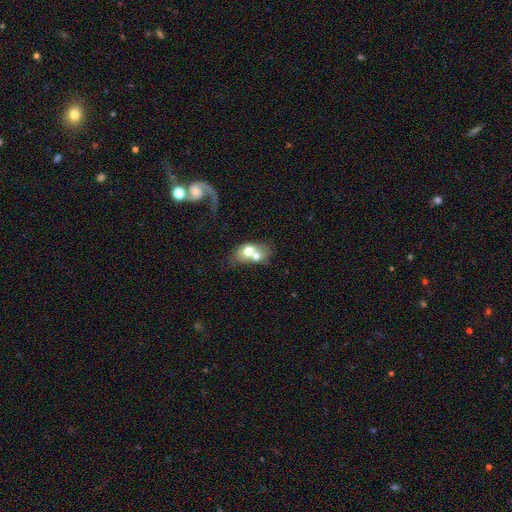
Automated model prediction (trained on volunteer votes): Smooth or featured: smooth — 60% (featured or disk — 32%)
How rounded: in between — 65% (round — 33%)
Merging: merger — 64% (none — 21%)